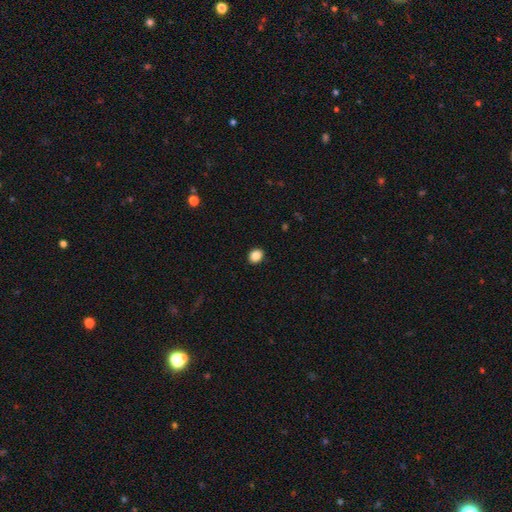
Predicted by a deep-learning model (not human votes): Overall: smooth (87%). How rounded: round (57%; in between 42%). Merging: none (91%).